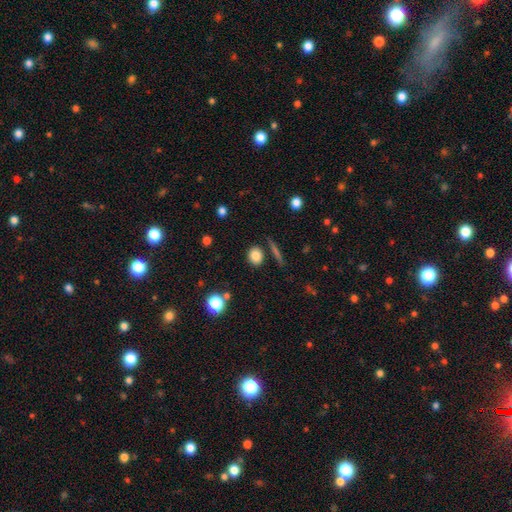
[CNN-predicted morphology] A smooth galaxy with no disk features (83%) that is round (63%).

Vote fractions:
- Smooth or featured? smooth: 83% / star or artifact: 10% / featured or disk: 7%
- How rounded? round: 63% / in between: 34% / cigar-shaped: 2%
- Merging? none: 81% / minor disturbance: 10% / merger: 5% / major disturbance: 3%